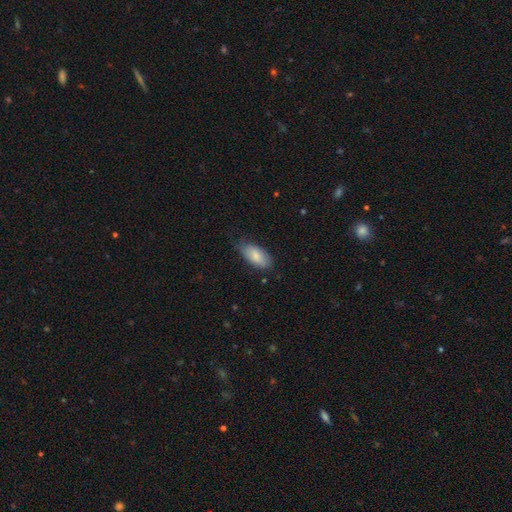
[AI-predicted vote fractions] Q: Smooth or featured?
A: smooth (81%); runner-up: featured or disk (13%)
Q: How rounded?
A: in between (90%); runner-up: cigar-shaped (7%)
Q: Merging?
A: none (64%); runner-up: minor disturbance (29%)